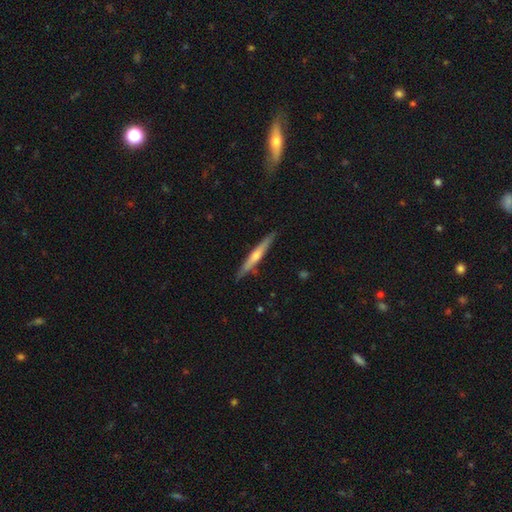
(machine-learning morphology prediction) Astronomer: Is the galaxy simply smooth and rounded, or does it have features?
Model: featured or disk — 65%.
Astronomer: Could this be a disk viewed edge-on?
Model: yes — 97%.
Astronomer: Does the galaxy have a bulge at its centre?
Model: rounded — 76%.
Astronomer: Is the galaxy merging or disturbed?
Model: none — 89%.